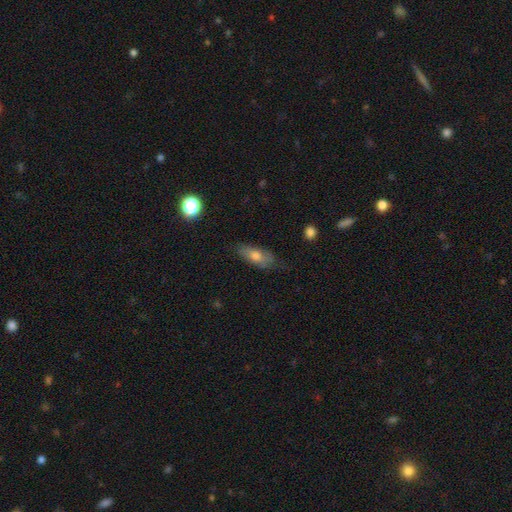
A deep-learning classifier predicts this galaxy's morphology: A smooth galaxy with no disk features (65%) that is in between round and cigar-shaped (69%).

Vote fractions:
- Smooth or featured? smooth: 65% / featured or disk: 27% / star or artifact: 8%
- How rounded? in between: 69% / cigar-shaped: 27% / round: 4%
- Merging? none: 69% / minor disturbance: 23% / major disturbance: 6% / merger: 2%